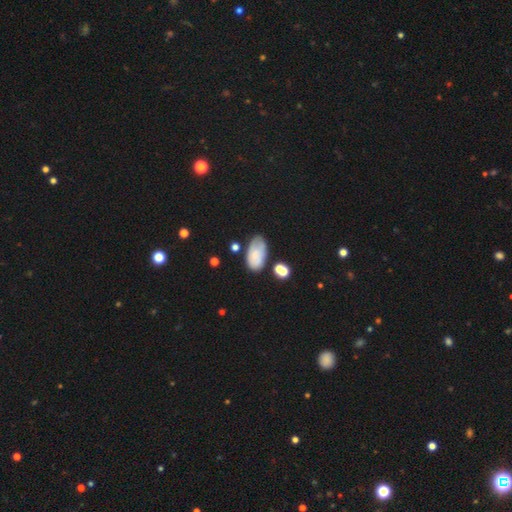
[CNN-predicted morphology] Smooth or featured? Predicted: smooth (p=0.69). How rounded? Predicted: in between (p=0.94). Merging? Predicted: none (p=0.59).